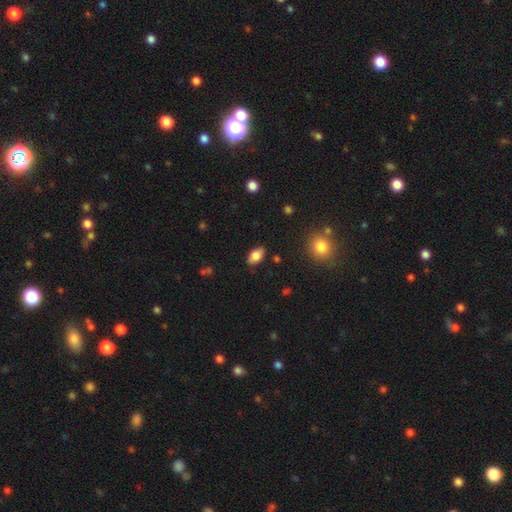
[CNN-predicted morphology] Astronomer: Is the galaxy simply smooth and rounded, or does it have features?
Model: smooth — 80%.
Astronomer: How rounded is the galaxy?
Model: in between — 90%.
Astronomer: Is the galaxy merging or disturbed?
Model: none — 85%.